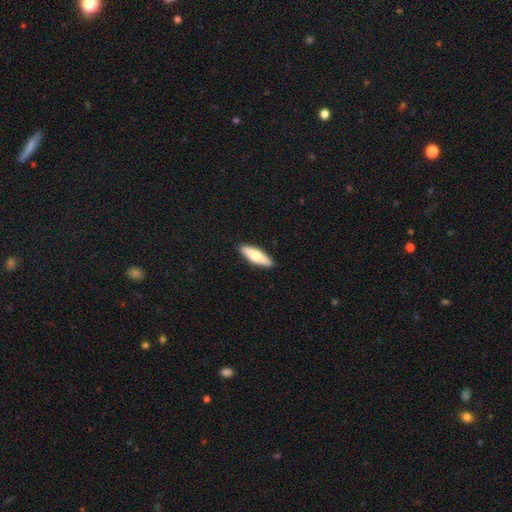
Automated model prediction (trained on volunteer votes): Smooth or featured? smooth (66%)
How rounded? cigar-shaped (57%)
Merging? none (90%)